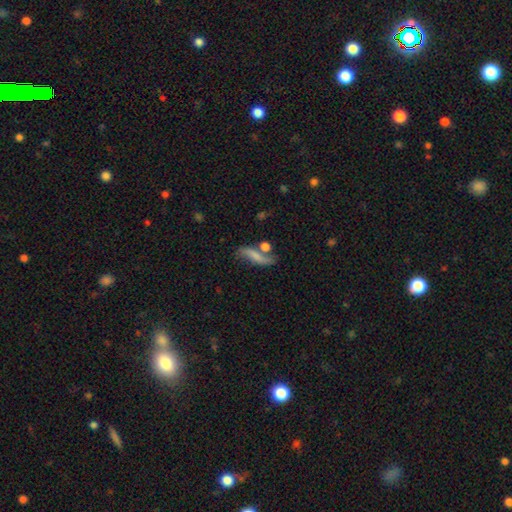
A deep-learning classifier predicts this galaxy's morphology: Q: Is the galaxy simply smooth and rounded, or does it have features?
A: smooth — 50%.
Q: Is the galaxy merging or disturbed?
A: none — 46%.